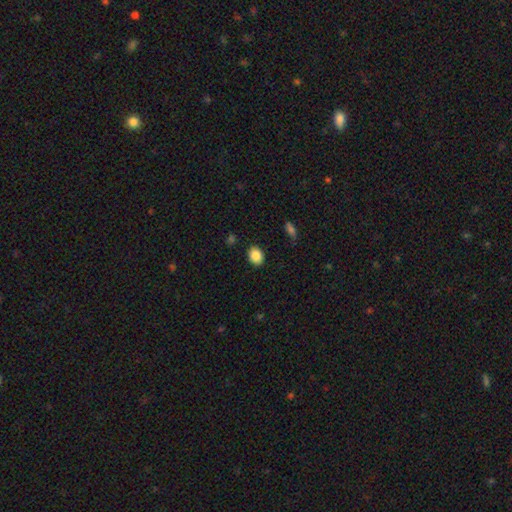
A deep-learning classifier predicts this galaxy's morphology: Smooth or featured?
  - smooth: 87% *
  - star or artifact: 8%
  - featured or disk: 4%
How rounded?
  - in between: 65% *
  - round: 34%
  - cigar-shaped: 1%
Merging?
  - none: 88% *
  - minor disturbance: 8%
  - major disturbance: 2%
  - merger: 1%